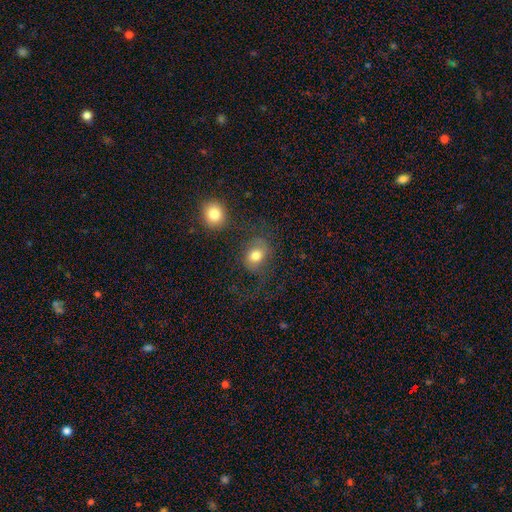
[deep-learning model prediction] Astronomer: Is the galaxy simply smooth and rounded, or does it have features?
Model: smooth — 72%.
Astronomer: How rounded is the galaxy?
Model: in between — 53% (runner-up: round, 46%).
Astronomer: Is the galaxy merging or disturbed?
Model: none — 51%.